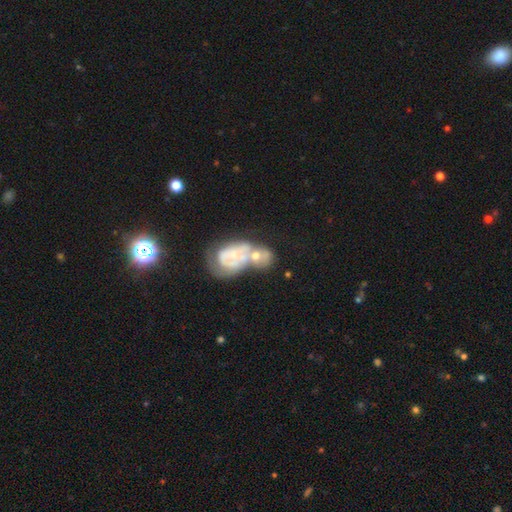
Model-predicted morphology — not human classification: This appears to be a featured or disk galaxy (55%) with no bar (85%), no spiral arms (70%) and a moderate central bulge (35%). Merging: merger (65%).